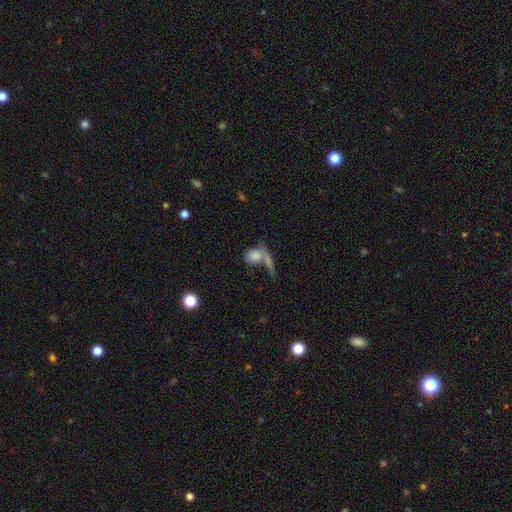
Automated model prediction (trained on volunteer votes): Smooth or featured? Predicted: smooth (p=0.74). How rounded? Predicted: round (p=0.56). Merging? Predicted: merger (p=0.41).